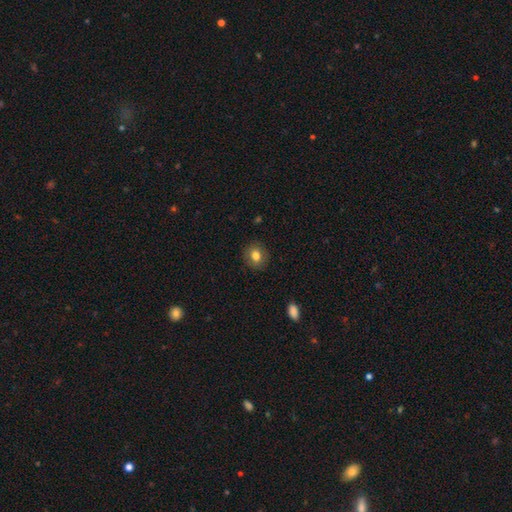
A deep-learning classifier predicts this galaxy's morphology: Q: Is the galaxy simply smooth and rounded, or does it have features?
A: smooth — 80%.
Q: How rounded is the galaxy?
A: round — 77%.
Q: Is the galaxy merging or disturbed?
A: none — 89%.